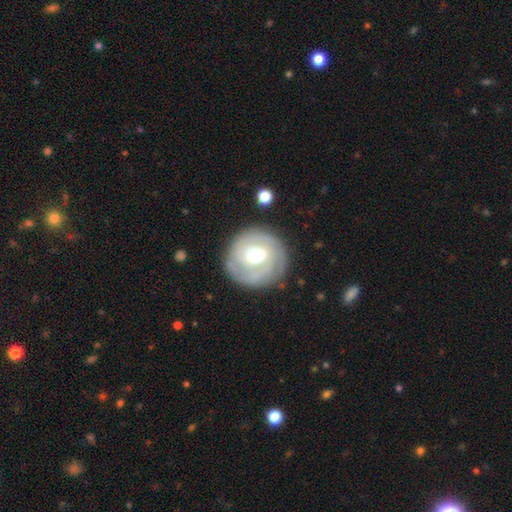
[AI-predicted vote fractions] Q: Smooth or featured?
A: featured or disk (77%); runner-up: smooth (18%)
Q: Edge-on disk?
A: no (98%); runner-up: yes (2%)
Q: Bar?
A: weak (45%); runner-up: no (42%)
Q: Spiral arms?
A: yes (90%); runner-up: no (10%)
Q: Spiral winding?
A: tight (66%); runner-up: medium (26%)
Q: Spiral arm count?
A: 2 (39%); runner-up: can't tell (26%)
Q: Bulge size?
A: moderate (73%); runner-up: small (19%)
Q: Merging?
A: none (83%); runner-up: minor disturbance (11%)